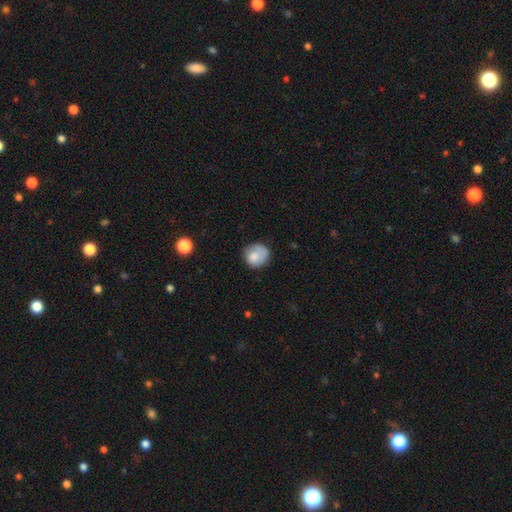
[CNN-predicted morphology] Smooth or featured: smooth — 78% (featured or disk — 15%)
How rounded: round — 78% (in between — 21%)
Merging: none — 59% (minor disturbance — 25%)